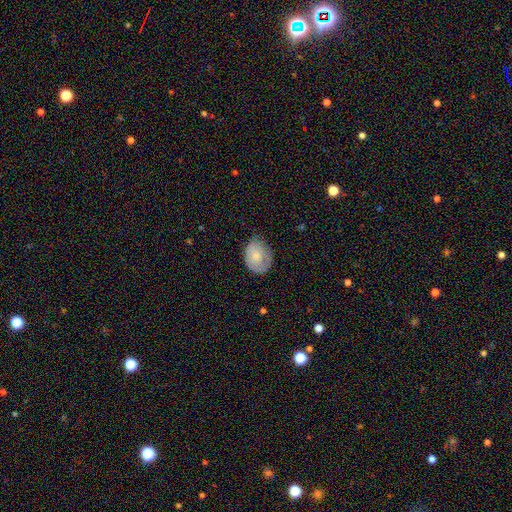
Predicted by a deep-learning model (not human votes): Q: Smooth or featured?
A: smooth (69%); runner-up: featured or disk (24%)
Q: How rounded?
A: in between (55%); runner-up: round (44%)
Q: Merging?
A: none (54%); runner-up: minor disturbance (35%)